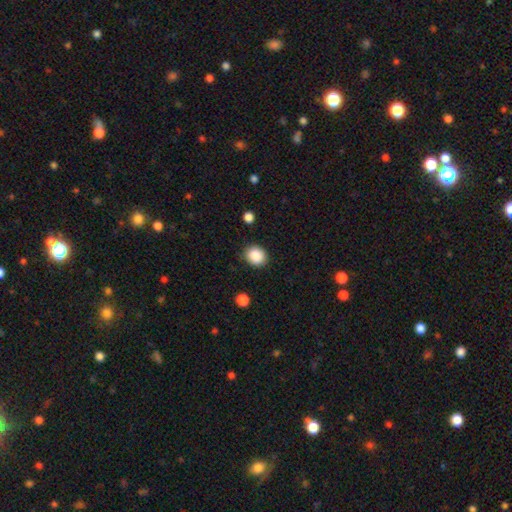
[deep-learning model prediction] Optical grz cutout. It shows a smooth galaxy with no disk features (88%) that is round (76%). Merging: none (87%).